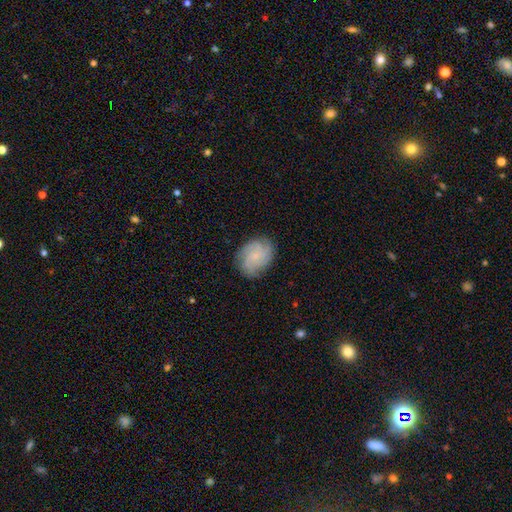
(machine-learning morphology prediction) Smooth or featured: featured or disk — 63% (smooth — 29%)
Edge-on disk: no — 98% (yes — 2%)
Bar: no — 78% (weak — 20%)
Spiral arms: yes — 95% (no — 5%)
Spiral winding: tight — 52% (medium — 37%)
Spiral arm count: 3 — 26% (can't tell — 25%)
Bulge size: small — 72% (moderate — 14%)
Merging: none — 81% (minor disturbance — 14%)